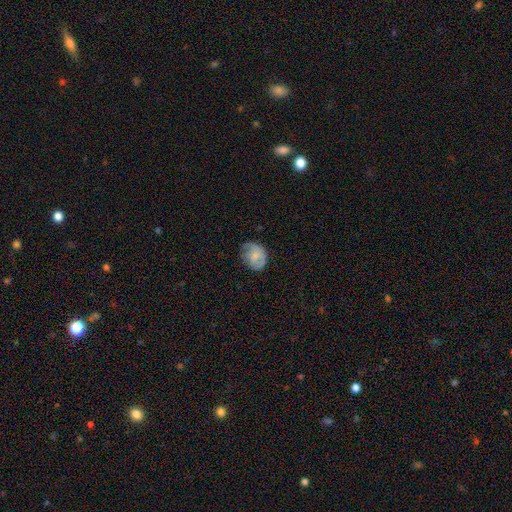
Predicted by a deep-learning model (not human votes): This is likely a smooth galaxy (60%). How rounded: possibly in between (55%). Merging: possibly none (49%).